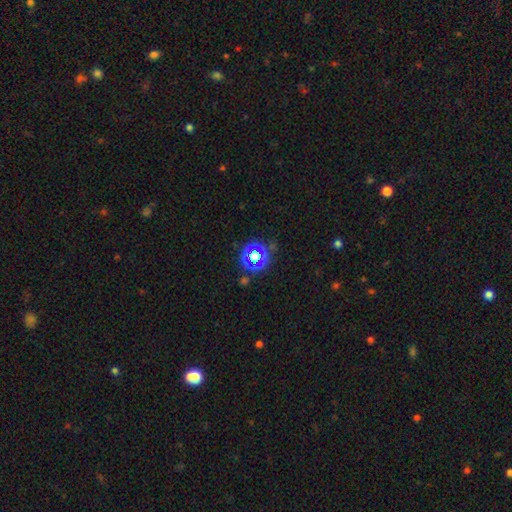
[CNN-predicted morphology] The model was most divided on "smooth or featured": star or artifact: 63%, smooth: 26%, featured or disk: 12%.